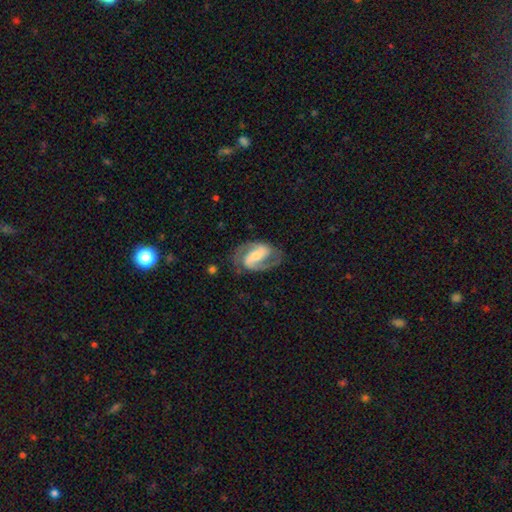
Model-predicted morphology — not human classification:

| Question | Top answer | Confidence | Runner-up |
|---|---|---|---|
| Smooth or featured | featured or disk | 87% | smooth (9%) |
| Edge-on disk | no | 97% | yes (3%) |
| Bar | strong | 41% | weak (37%) |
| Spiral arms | yes | 96% | no (4%) |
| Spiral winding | medium | 54% | tight (23%) |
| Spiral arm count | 2 | 90% | 1 (4%) |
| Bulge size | moderate | 46% | small (42%) |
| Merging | none | 74% | minor disturbance (16%) |